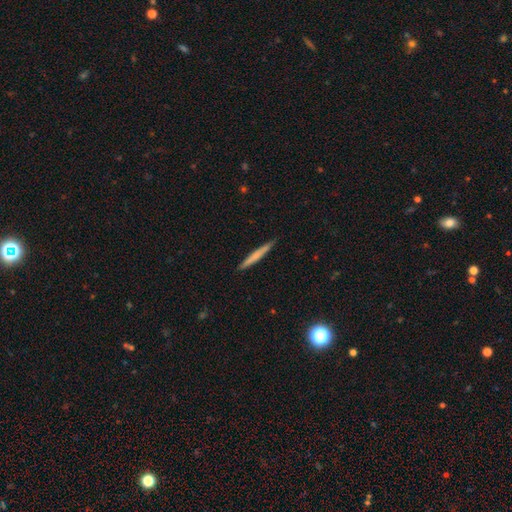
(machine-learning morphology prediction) Smooth or featured? Predicted: smooth (p=0.62). How rounded? Predicted: cigar-shaped (p=0.96). Merging? Predicted: none (p=0.90).